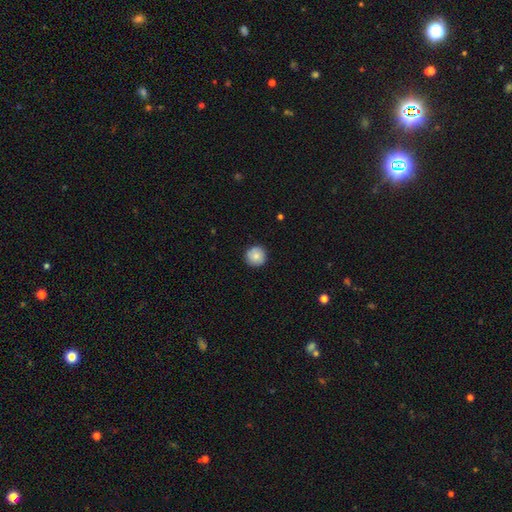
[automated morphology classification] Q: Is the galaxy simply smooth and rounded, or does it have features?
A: smooth — 83%.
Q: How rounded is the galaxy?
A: round — 96%.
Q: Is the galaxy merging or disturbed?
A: none — 90%.